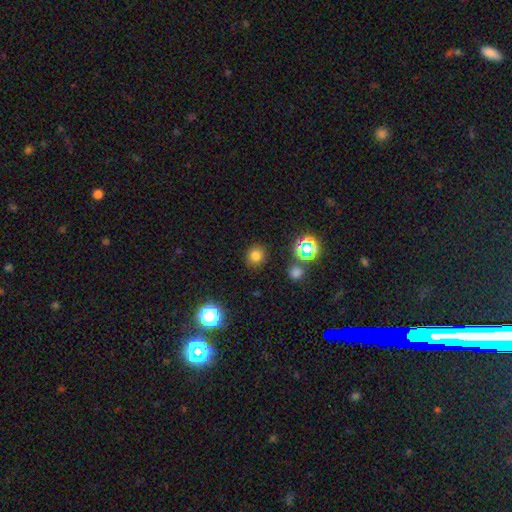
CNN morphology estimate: Smooth or featured?
  - smooth: 74% *
  - star or artifact: 19%
  - featured or disk: 7%
How rounded?
  - round: 87% *
  - in between: 12%
  - cigar-shaped: 1%
Merging?
  - none: 88% *
  - minor disturbance: 7%
  - major disturbance: 3%
  - merger: 2%